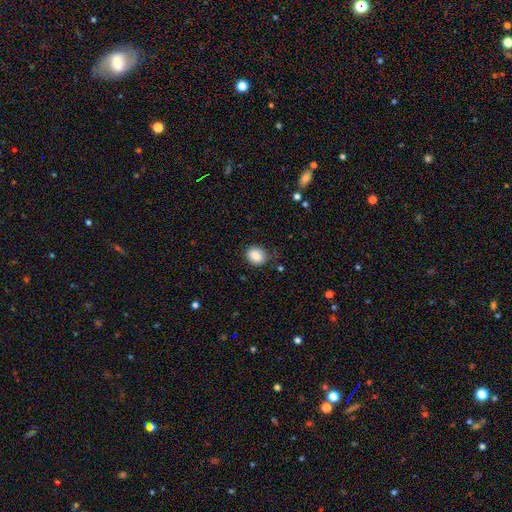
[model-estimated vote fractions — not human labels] Smooth or featured: smooth — 88% (star or artifact — 8%)
How rounded: round — 56% (in between — 43%)
Merging: none — 77% (minor disturbance — 17%)